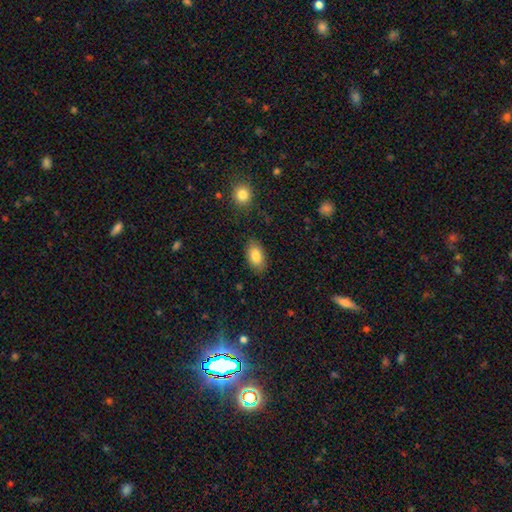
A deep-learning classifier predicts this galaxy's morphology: Smooth or featured? smooth (84%)
How rounded? in between (92%)
Merging? none (84%)